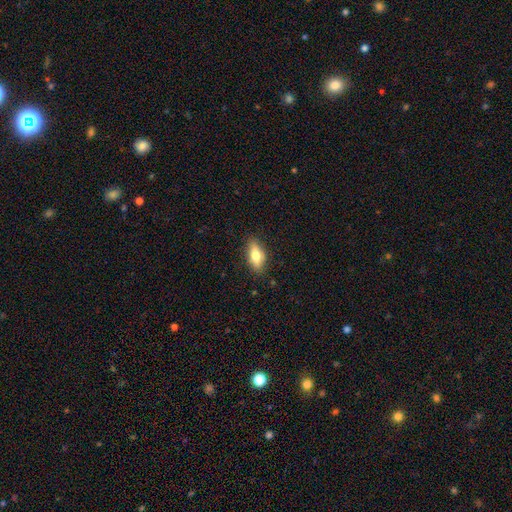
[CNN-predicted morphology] Q: Smooth or featured?
A: smooth (63%); runner-up: featured or disk (29%)
Q: How rounded?
A: in between (76%); runner-up: cigar-shaped (20%)
Q: Merging?
A: none (85%); runner-up: minor disturbance (11%)